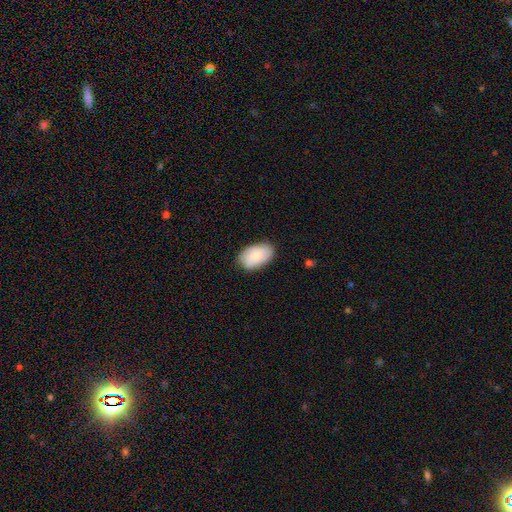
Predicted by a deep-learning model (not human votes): This is clearly a smooth galaxy (81%). How rounded: clearly in between (93%). Merging: clearly none (83%).